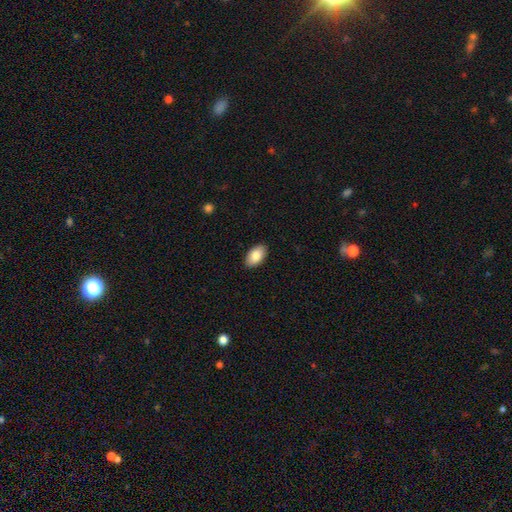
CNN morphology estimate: Overall: smooth (86%). How rounded: in between (95%). Merging: none (90%).